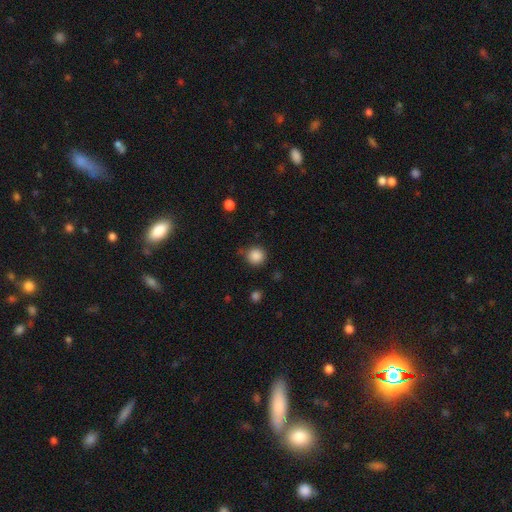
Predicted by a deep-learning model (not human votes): smooth 87%, star or artifact 10%, featured or disk 3%. Down the decision tree: how rounded — round (93%); merging — none (79%).